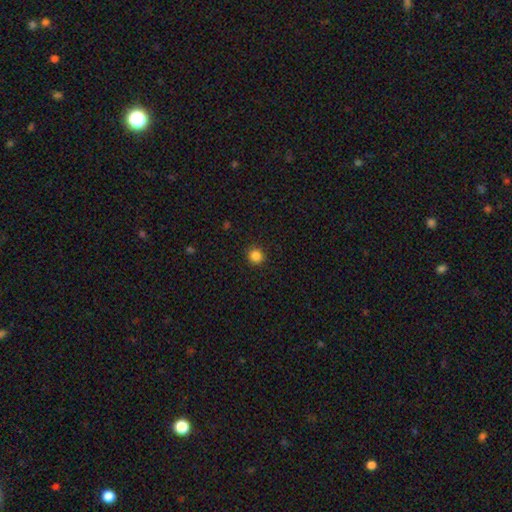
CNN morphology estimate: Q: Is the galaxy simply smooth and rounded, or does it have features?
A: smooth — 85%.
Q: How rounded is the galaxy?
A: round — 91%.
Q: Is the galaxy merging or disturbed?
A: none — 91%.